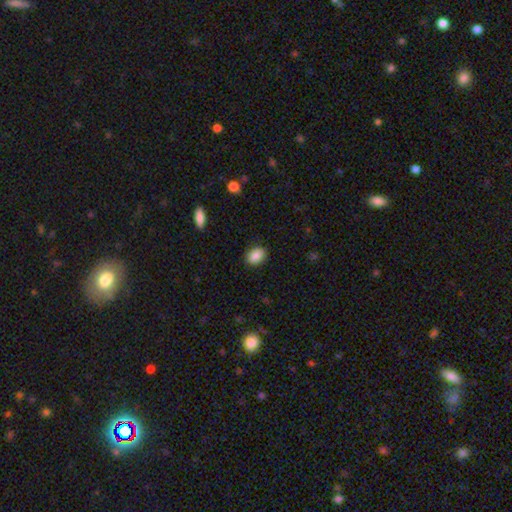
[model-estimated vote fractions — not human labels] smooth-or-featured: smooth: 88% | star or artifact: 7% | featured or disk: 4%
  how-rounded: in between: 77% | round: 22% | cigar-shaped: 1%
  merging: none: 88% | minor disturbance: 9% | major disturbance: 2% | merger: 1%